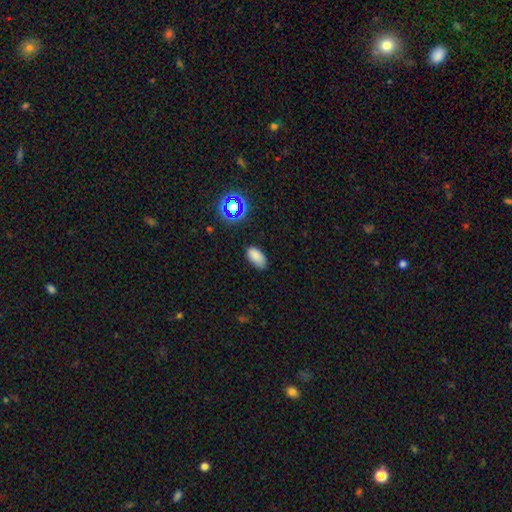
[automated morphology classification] Smooth or featured: smooth — 81% (star or artifact — 14%)
How rounded: in between — 93% (round — 4%)
Merging: none — 77% (minor disturbance — 18%)